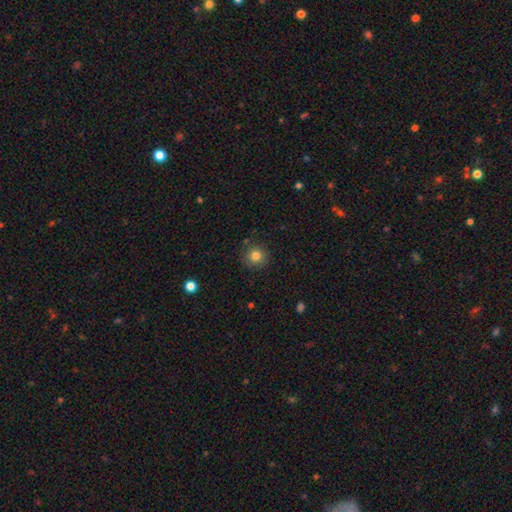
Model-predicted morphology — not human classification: Overall: smooth (80%). How rounded: round (93%). Merging: none (85%).